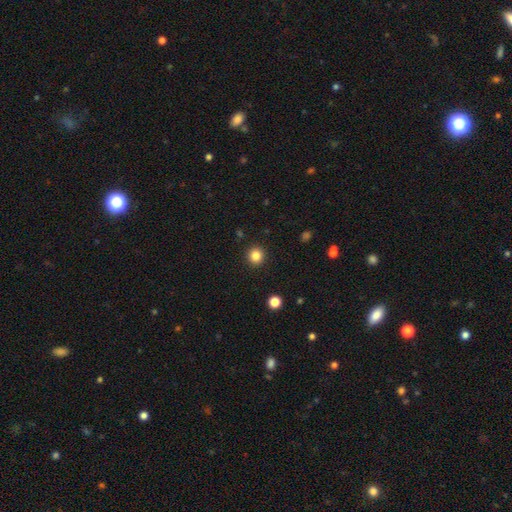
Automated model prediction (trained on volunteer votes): smooth_or_featured: smooth (p=0.84) [alt: star or artifact p=0.12]
how_rounded: round (p=0.94) [alt: in between p=0.05]
merging: none (p=0.93) [alt: minor disturbance p=0.04]